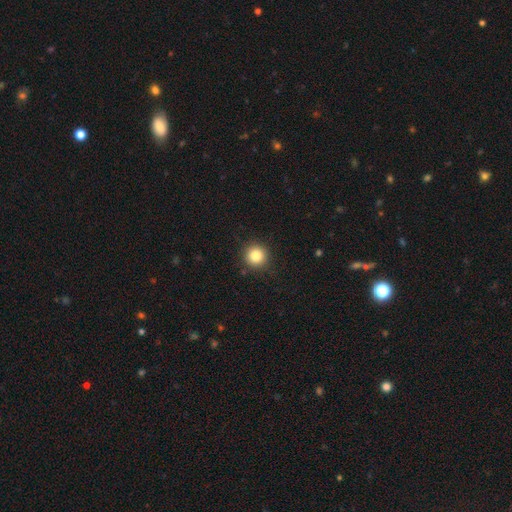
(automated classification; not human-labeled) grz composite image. It shows a smooth galaxy with no disk features (84%) that is round (95%). Merging: none (90%).